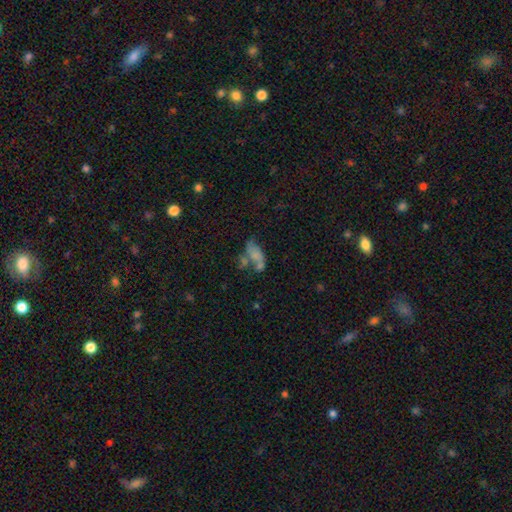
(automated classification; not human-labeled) This appears to be a smooth galaxy with no disk features (55%) that is in between round and cigar-shaped (83%). Merging: merger (40%).